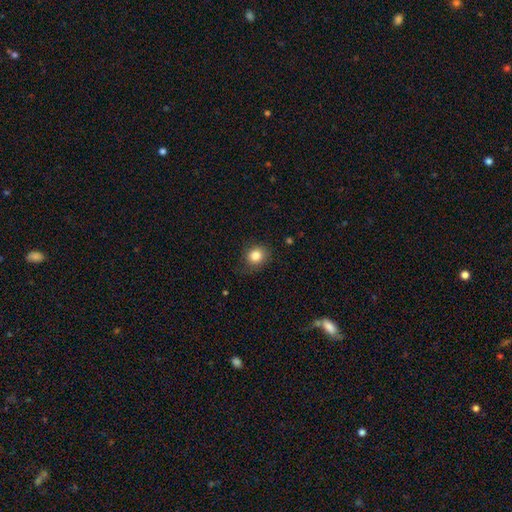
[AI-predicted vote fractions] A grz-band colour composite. It shows a smooth galaxy with no disk features (83%) that is round (74%). Merging: none (80%).